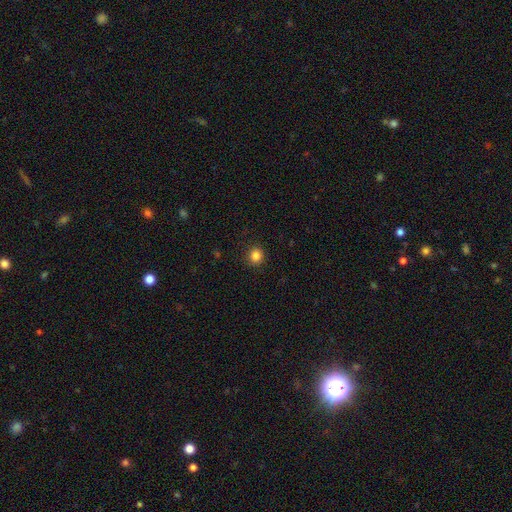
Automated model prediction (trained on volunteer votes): A smooth galaxy with no disk features (85%) that is round (89%).

Vote fractions:
- Smooth or featured? smooth: 85% / star or artifact: 12% / featured or disk: 4%
- How rounded? round: 89% / in between: 10% / cigar-shaped: 1%
- Merging? none: 91% / minor disturbance: 6% / major disturbance: 2% / merger: 1%